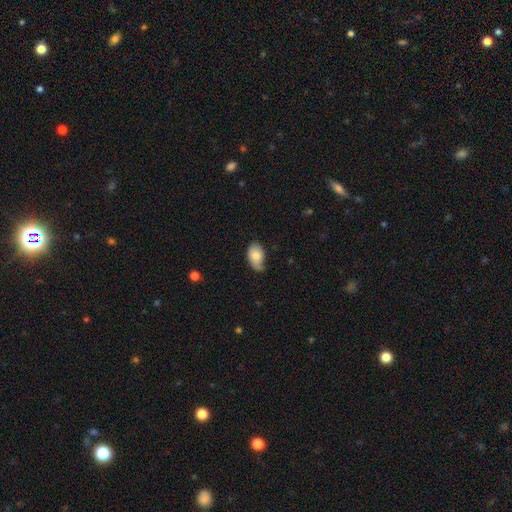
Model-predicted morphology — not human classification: A smooth galaxy with no disk features (75%) that is in between round and cigar-shaped (89%).

Vote fractions:
- Smooth or featured? smooth: 75% / featured or disk: 18% / star or artifact: 7%
- How rounded? in between: 89% / round: 10% / cigar-shaped: 1%
- Merging? none: 45% / minor disturbance: 40% / major disturbance: 13% / merger: 3%